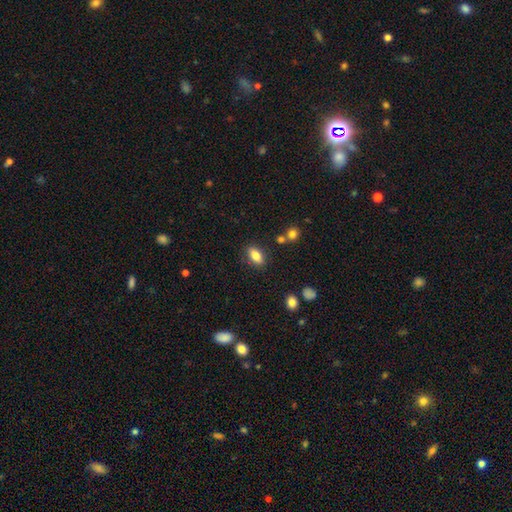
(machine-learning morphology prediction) Smooth or featured? smooth (83%)
How rounded? in between (87%)
Merging? none (84%)